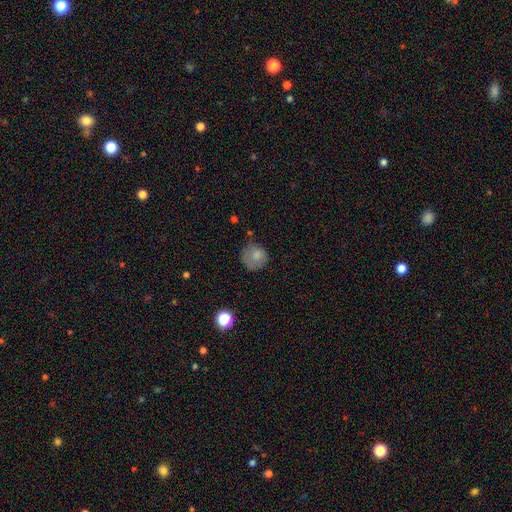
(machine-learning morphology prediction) A smooth galaxy with no disk features (79%) that is round (86%).

Vote fractions:
- Smooth or featured? smooth: 79% / featured or disk: 12% / star or artifact: 10%
- How rounded? round: 86% / in between: 13% / cigar-shaped: 1%
- Merging? none: 61% / minor disturbance: 26% / major disturbance: 11% / merger: 3%